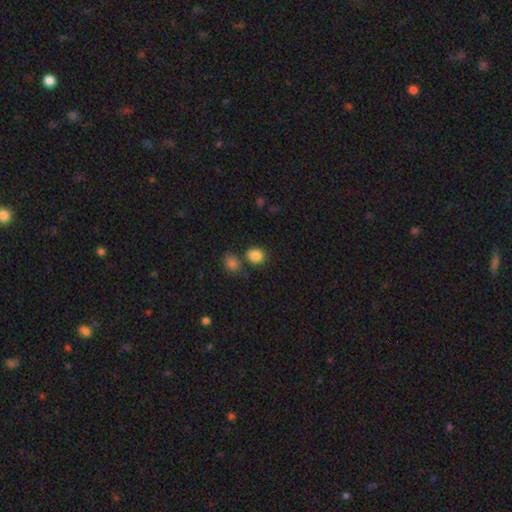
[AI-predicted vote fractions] Smooth or featured? smooth (86%)
How rounded? round (64%)
Merging? none (69%)